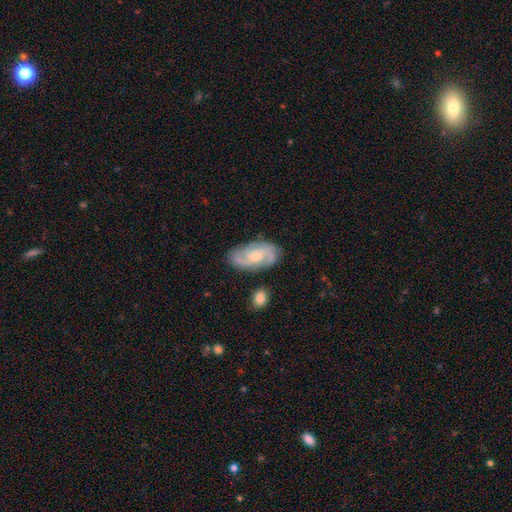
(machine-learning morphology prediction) Overall: featured or disk (76%). Edge-on disk: no (95%). Bar: no (60%; weak 35%). Spiral arms: yes (94%). Spiral arm count: 2 (38%; 3 29%). Spiral winding: medium (46%; tight 39%). Bulge size: moderate (49%; small 42%). Merging: none (77%).